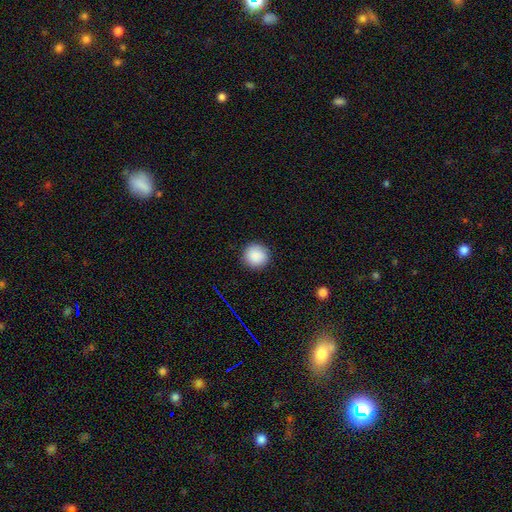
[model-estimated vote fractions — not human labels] This appears to be a smooth galaxy with no disk features (88%) that is round (95%). Merging: none (92%).